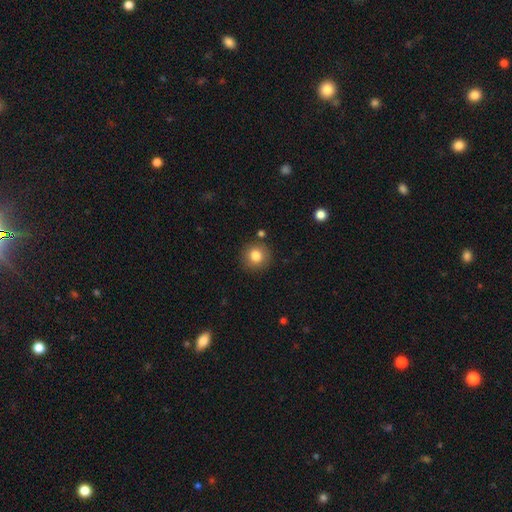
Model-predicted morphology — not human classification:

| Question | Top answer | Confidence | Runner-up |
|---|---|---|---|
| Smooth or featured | smooth | 82% | star or artifact (10%) |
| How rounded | round | 92% | in between (7%) |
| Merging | none | 87% | minor disturbance (8%) |